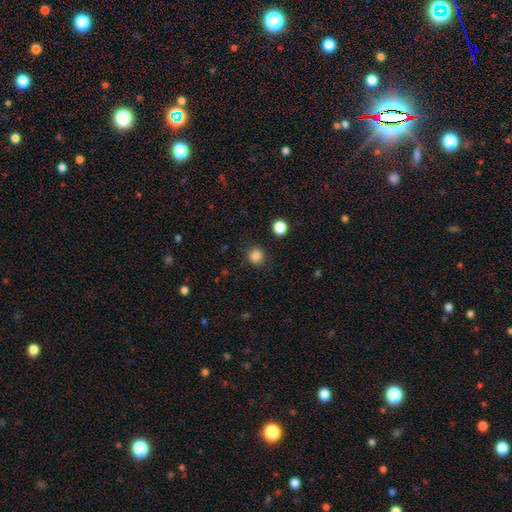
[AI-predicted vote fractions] Smooth or featured?
  - smooth: 84% *
  - star or artifact: 12%
  - featured or disk: 3%
How rounded?
  - round: 86% *
  - in between: 13%
  - cigar-shaped: 1%
Merging?
  - none: 85% *
  - minor disturbance: 9%
  - major disturbance: 3%
  - merger: 2%